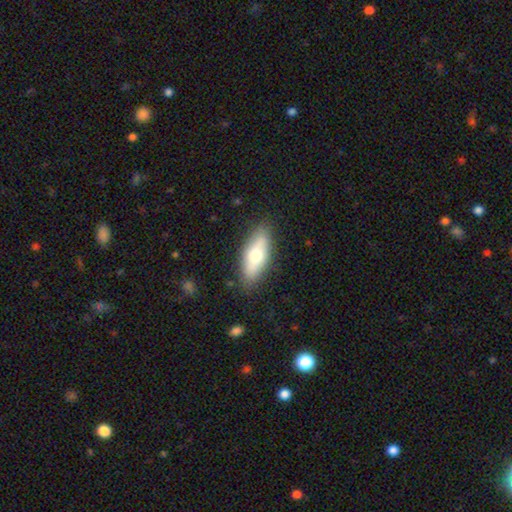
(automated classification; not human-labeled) This is likely a smooth galaxy (64%). How rounded: likely in between (71%). Merging: clearly none (85%).